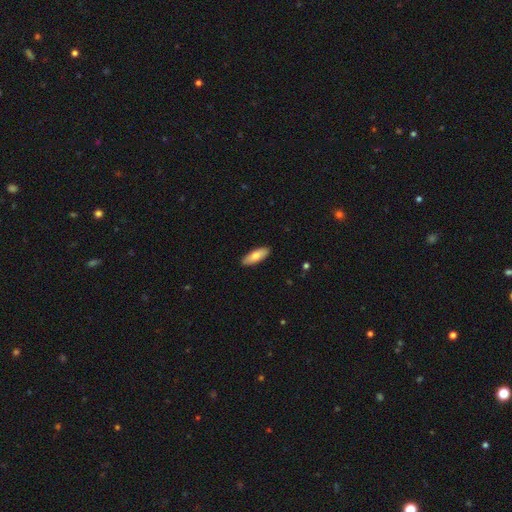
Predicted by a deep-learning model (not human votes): smooth_or_featured: smooth (p=0.77) [alt: featured or disk p=0.17]
how_rounded: in between (p=0.67) [alt: cigar-shaped p=0.31]
merging: none (p=0.91) [alt: minor disturbance p=0.07]